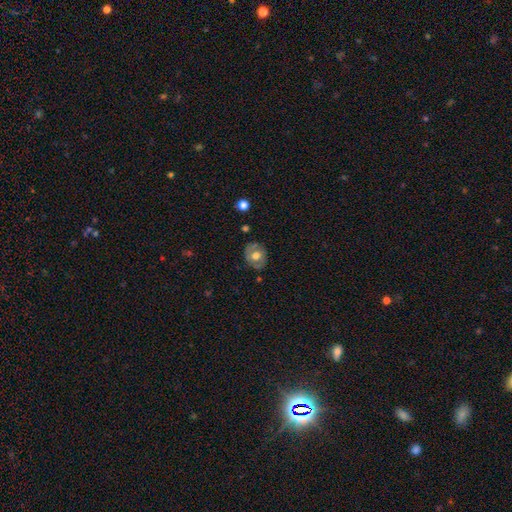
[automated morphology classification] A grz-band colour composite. It shows a smooth galaxy with no disk features (51%) that is round (61%). Merging: none (78%).